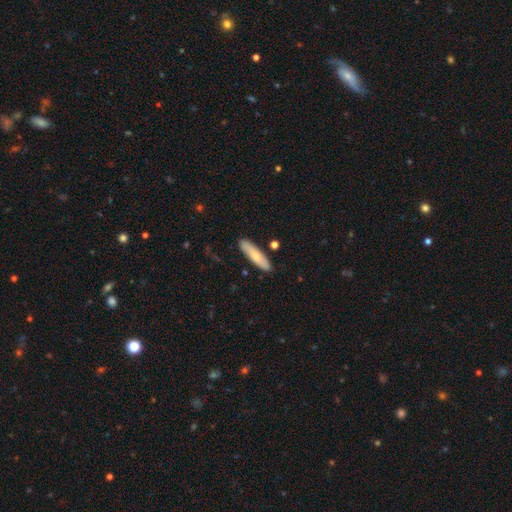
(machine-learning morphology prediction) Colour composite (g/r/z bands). It shows a smooth galaxy with no disk features (70%) that is cigar-shaped (70%). Merging: none (86%).